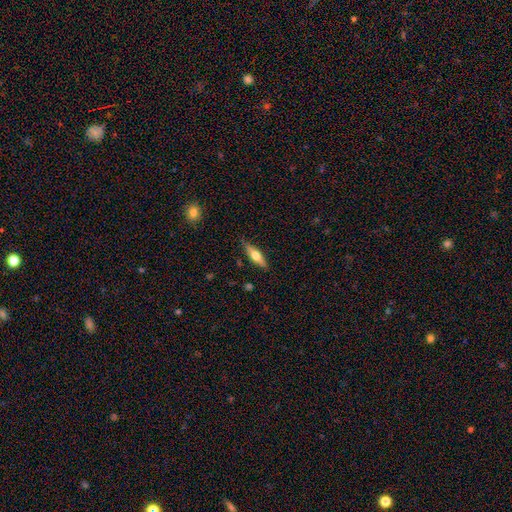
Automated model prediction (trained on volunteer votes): This is possibly a featured or disk galaxy (47%, tied with smooth). Merging: clearly none (84%).